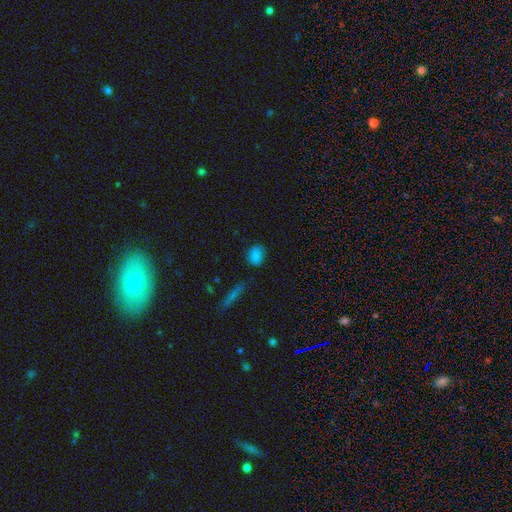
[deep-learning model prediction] Smooth or featured? Predicted: smooth (p=0.83). How rounded? Predicted: in between (p=0.54). Merging? Predicted: none (p=0.79).